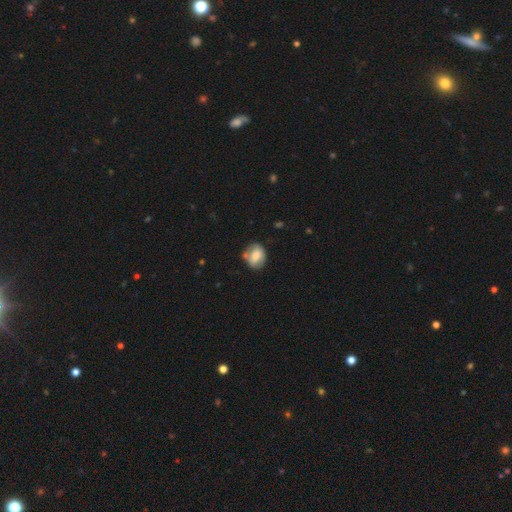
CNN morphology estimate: Overall: smooth (67%). How rounded: in between (51%; round 48%). Merging: none (66%).